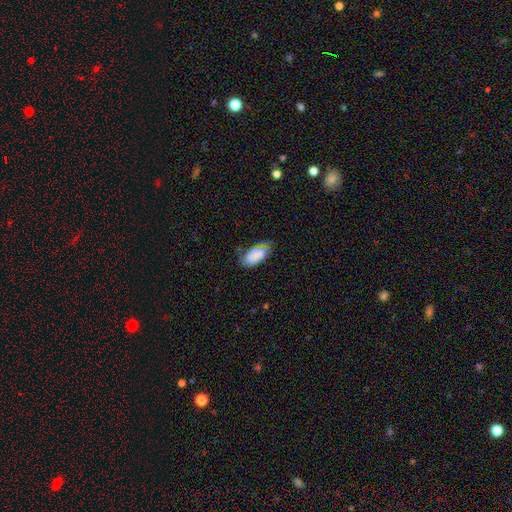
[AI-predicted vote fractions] Q: Smooth or featured?
A: smooth (71%); runner-up: featured or disk (19%)
Q: How rounded?
A: in between (93%); runner-up: cigar-shaped (3%)
Q: Merging?
A: none (54%); runner-up: minor disturbance (32%)